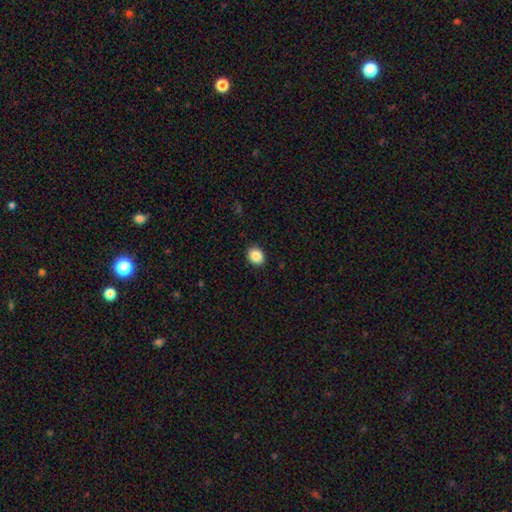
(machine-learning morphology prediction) Overall: smooth (87%). How rounded: round (53%; in between 46%). Merging: none (91%).